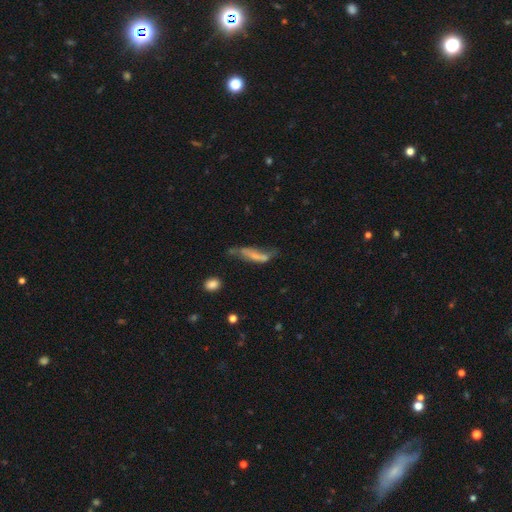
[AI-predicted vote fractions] Overall: smooth (47%; featured or disk 42%). Merging: major disturbance (30%, tied with none).